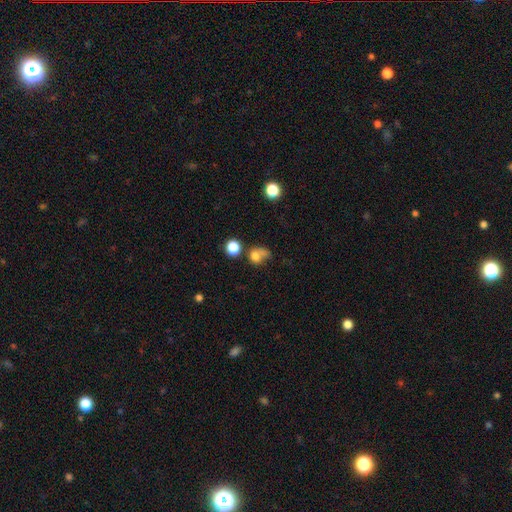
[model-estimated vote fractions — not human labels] Smooth or featured: smooth — 74% (star or artifact — 14%)
How rounded: round — 71% (in between — 27%)
Merging: none — 36% (merger — 29%)